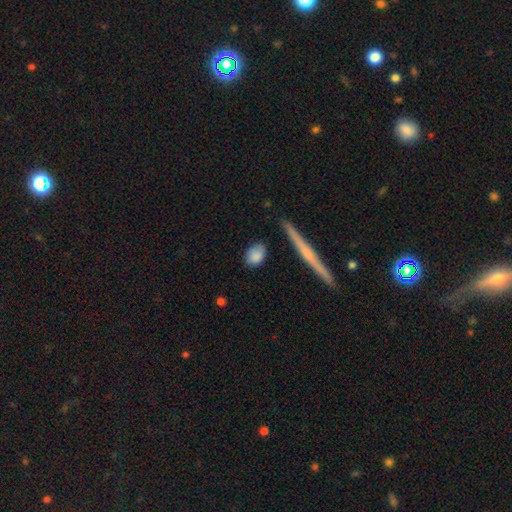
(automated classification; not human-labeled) smooth_or_featured: smooth (p=0.84) [alt: featured or disk p=0.09]
how_rounded: in between (p=0.68) [alt: round p=0.26]
merging: none (p=0.75) [alt: minor disturbance p=0.18]